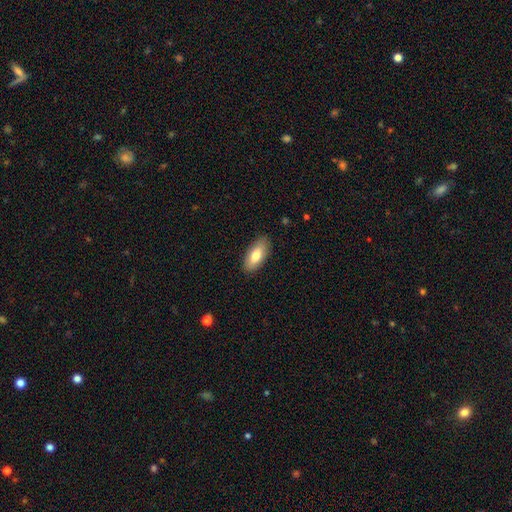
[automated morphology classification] smooth_or_featured: smooth (p=0.77) [alt: featured or disk p=0.17]
how_rounded: in between (p=0.86) [alt: cigar-shaped p=0.12]
merging: none (p=0.88) [alt: minor disturbance p=0.09]